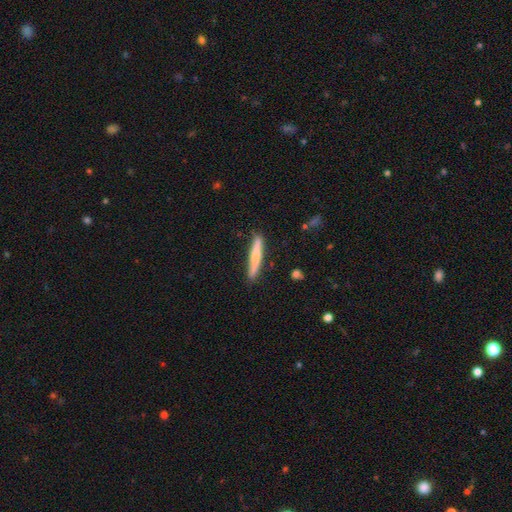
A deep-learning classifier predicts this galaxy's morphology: The model was most divided on "smooth or featured": smooth: 69%, featured or disk: 26%, star or artifact: 5%. More confident: how rounded — cigar-shaped (94%); merging — none (85%).